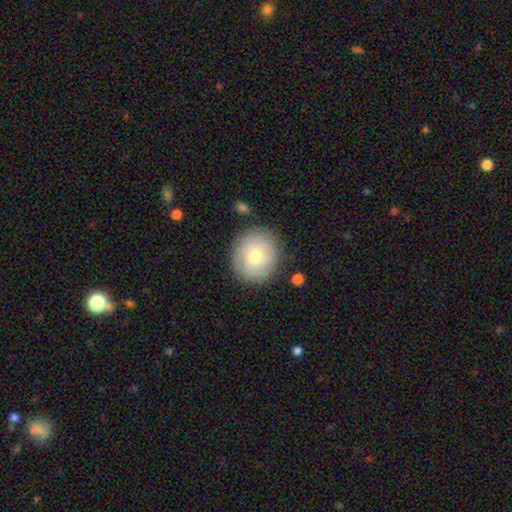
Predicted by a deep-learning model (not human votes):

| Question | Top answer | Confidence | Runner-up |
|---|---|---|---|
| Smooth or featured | smooth | 54% | featured or disk (38%) |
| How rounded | round | 84% | in between (16%) |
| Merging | none | 84% | minor disturbance (11%) |